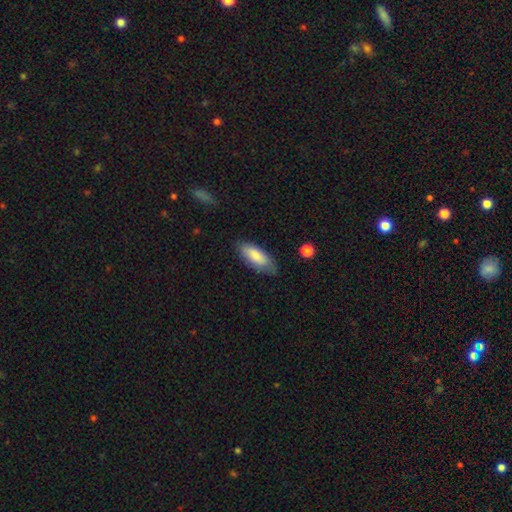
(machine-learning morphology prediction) Smooth or featured: smooth — 83% (featured or disk — 12%)
How rounded: in between — 76% (cigar-shaped — 23%)
Merging: none — 77% (minor disturbance — 18%)